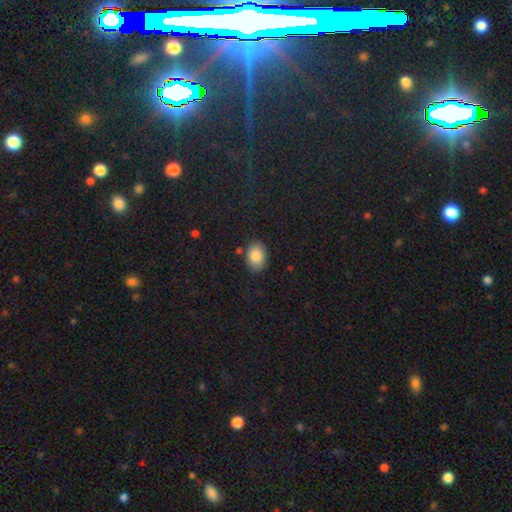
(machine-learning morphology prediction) smooth 86%, star or artifact 8%, featured or disk 6%. Down the decision tree: how rounded — in between (79%); merging — none (81%).